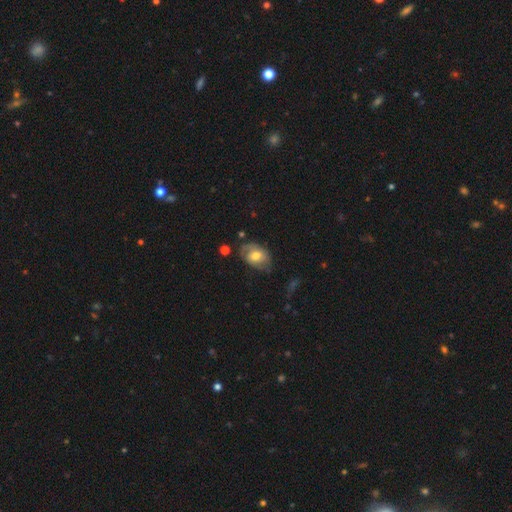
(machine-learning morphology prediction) smooth_or_featured: smooth (p=0.50) [alt: featured or disk p=0.43]
merging: none (p=0.55) [alt: minor disturbance p=0.29]